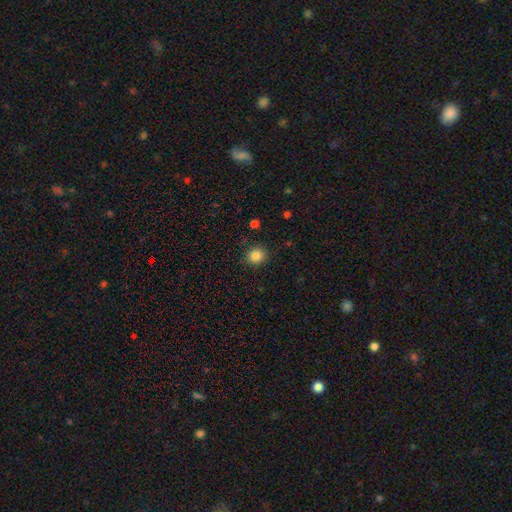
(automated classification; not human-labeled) This is clearly a smooth galaxy (84%). How rounded: clearly round (81%). Merging: clearly none (88%).